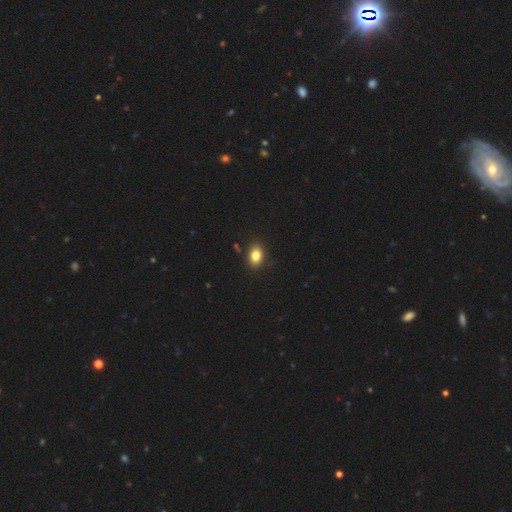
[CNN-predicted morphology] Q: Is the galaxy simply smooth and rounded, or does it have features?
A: smooth — 82%.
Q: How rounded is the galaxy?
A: in between — 71%.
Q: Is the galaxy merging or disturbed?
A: none — 87%.